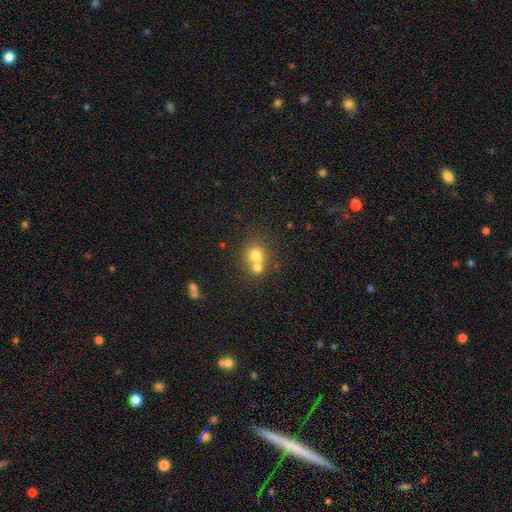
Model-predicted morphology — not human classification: smooth_or_featured: smooth (p=0.71) [alt: featured or disk p=0.16]
how_rounded: round (p=0.80) [alt: in between p=0.19]
merging: merger (p=0.55) [alt: none p=0.36]